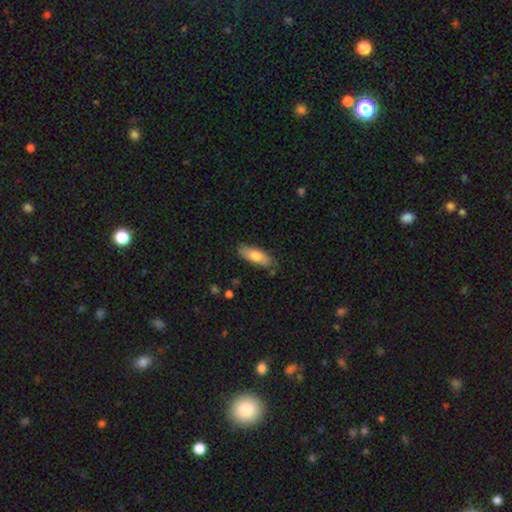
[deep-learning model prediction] A smooth galaxy with no disk features (75%) that is in between round and cigar-shaped (63%).

Vote fractions:
- Smooth or featured? smooth: 75% / featured or disk: 19% / star or artifact: 6%
- How rounded? in between: 63% / cigar-shaped: 35% / round: 2%
- Merging? none: 79% / minor disturbance: 16% / major disturbance: 3% / merger: 2%